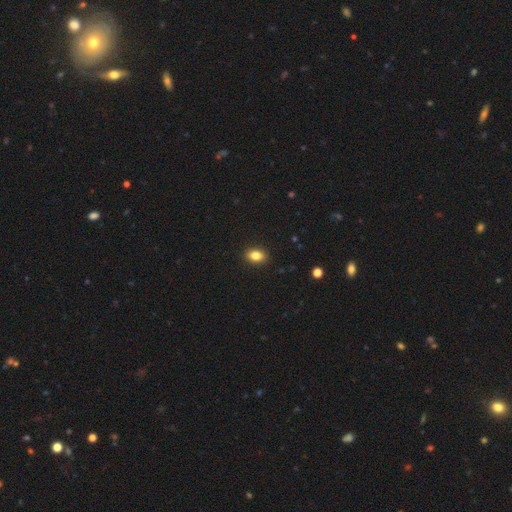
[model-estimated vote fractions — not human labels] The model was most divided on "how rounded": in between: 77%, round: 21%, cigar-shaped: 1%. More confident: merging — none (90%); smooth or featured — smooth (84%).